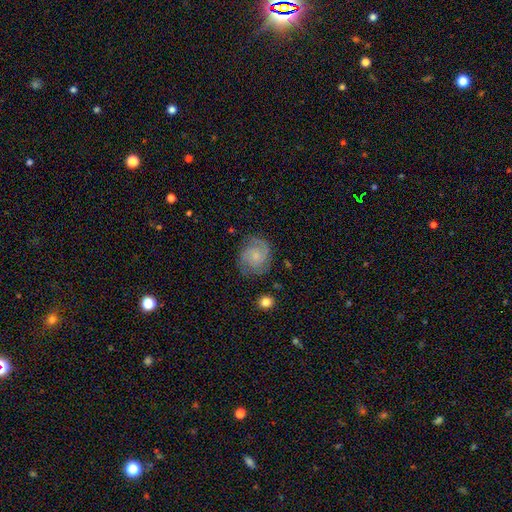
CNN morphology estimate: Smooth or featured? featured or disk (58%)
Edge-on disk? no (98%)
Bar? no (73%)
Spiral arms? yes (89%)
Spiral winding? tight (50%)
Spiral arm count? 2 (48%)
Bulge size? small (63%)
Merging? none (72%)